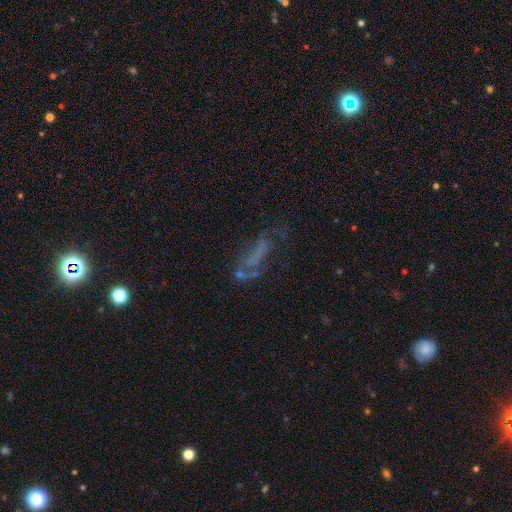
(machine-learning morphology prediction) Smooth or featured: featured or disk — 48% (smooth — 28%)
Merging: none — 35% (tied with major disturbance — 35%)